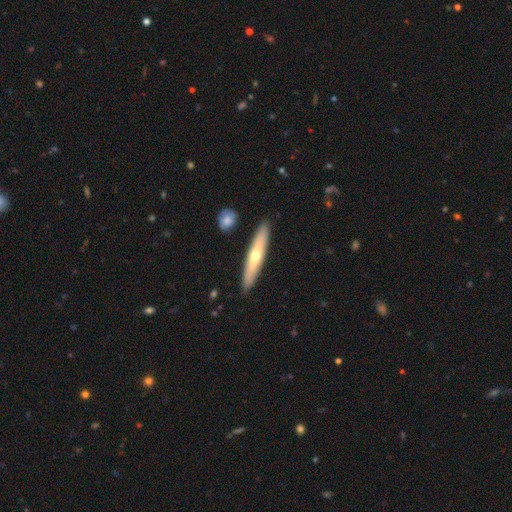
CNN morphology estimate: smooth_or_featured: featured or disk (p=0.50) [alt: smooth p=0.45]
merging: none (p=0.90) [alt: minor disturbance p=0.07]